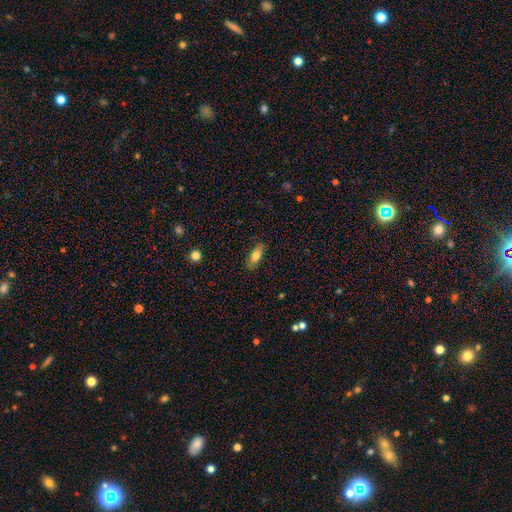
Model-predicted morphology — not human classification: Smooth or featured? smooth (76%)
How rounded? in between (80%)
Merging? none (86%)